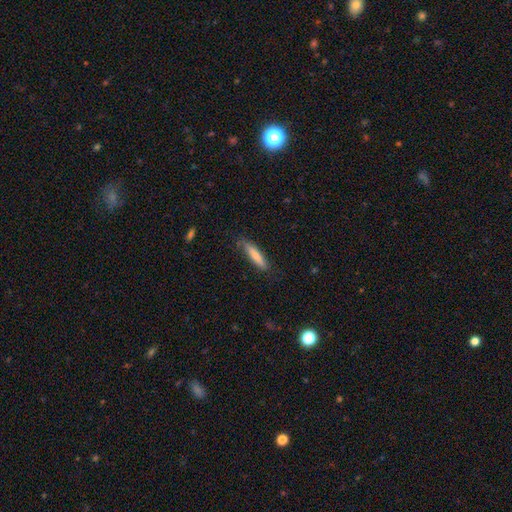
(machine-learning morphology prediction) This appears to be a smooth galaxy with no disk features (76%) that is cigar-shaped (84%). Merging: none (75%).